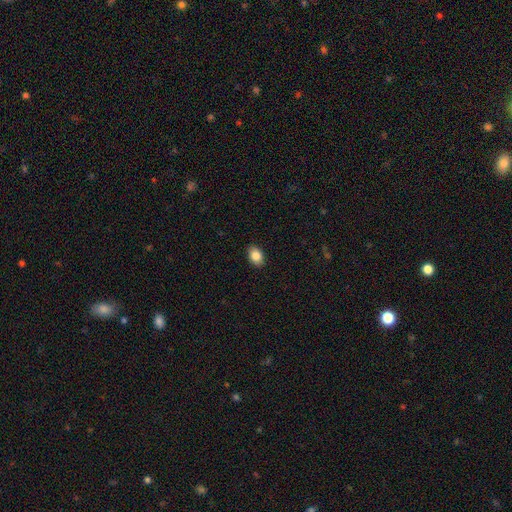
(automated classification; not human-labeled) smooth_or_featured: smooth (p=0.86) [alt: star or artifact p=0.08]
how_rounded: in between (p=0.83) [alt: round p=0.16]
merging: none (p=0.90) [alt: minor disturbance p=0.07]